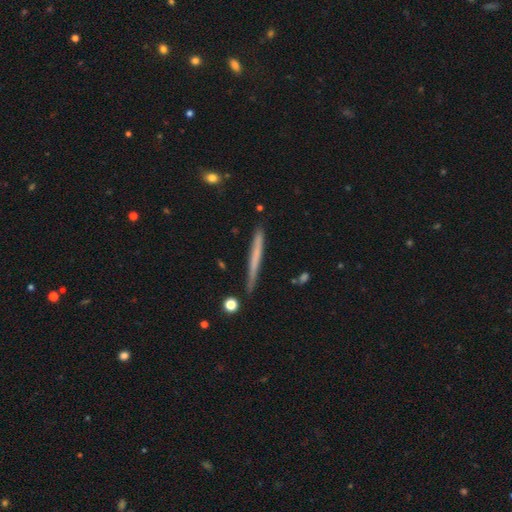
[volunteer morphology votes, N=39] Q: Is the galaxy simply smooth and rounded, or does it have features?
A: smooth — 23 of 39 (59%).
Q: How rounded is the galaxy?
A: cigar-shaped — 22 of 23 (96%).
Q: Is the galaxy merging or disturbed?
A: none — 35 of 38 (92%).